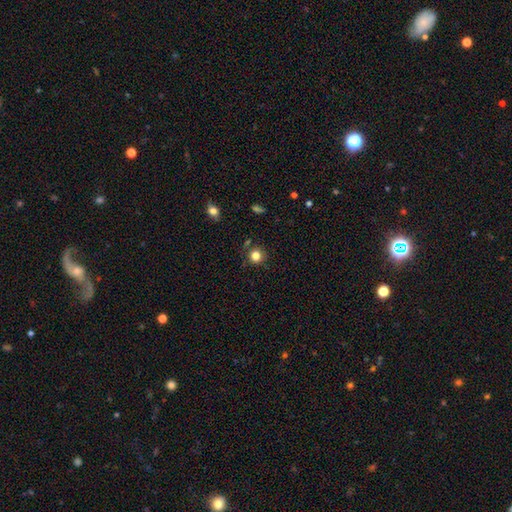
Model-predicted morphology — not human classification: smooth-or-featured: smooth: 81% | star or artifact: 13% | featured or disk: 6%
  how-rounded: round: 92% | in between: 8% | cigar-shaped: 1%
  merging: none: 84% | minor disturbance: 9% | merger: 4% | major disturbance: 3%